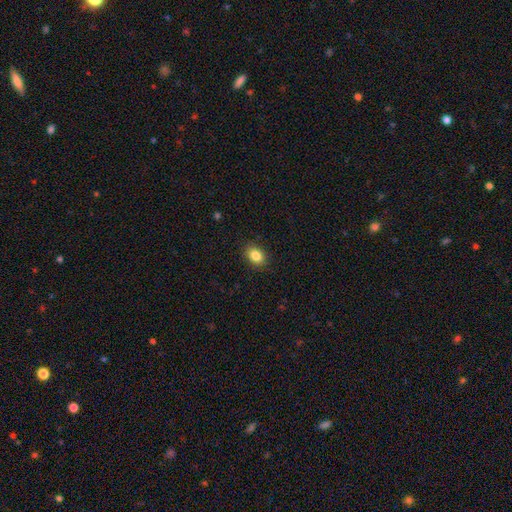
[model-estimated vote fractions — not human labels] smooth 85%, star or artifact 9%, featured or disk 6%. Down the decision tree: how rounded — in between (73%); merging — none (88%).